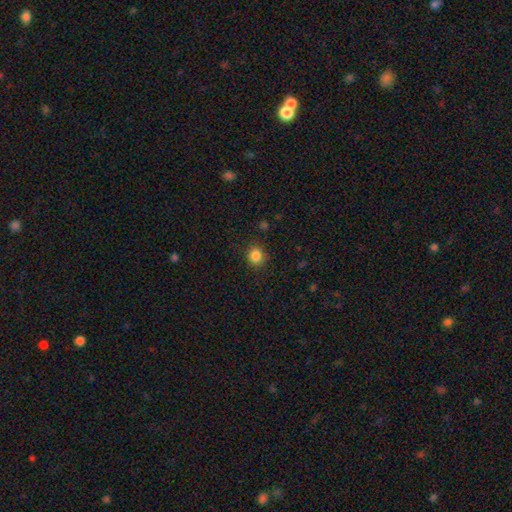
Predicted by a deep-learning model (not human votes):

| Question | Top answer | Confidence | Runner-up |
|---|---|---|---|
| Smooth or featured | smooth | 85% | star or artifact (11%) |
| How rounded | round | 82% | in between (17%) |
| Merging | none | 88% | minor disturbance (8%) |